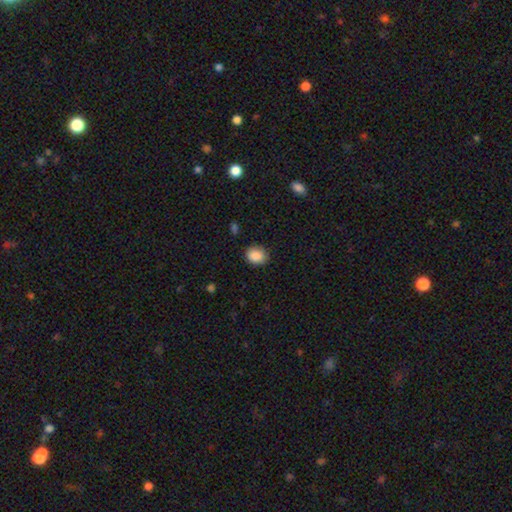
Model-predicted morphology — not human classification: This is clearly a smooth galaxy (88%). How rounded: possibly in between (50%). Merging: clearly none (83%).